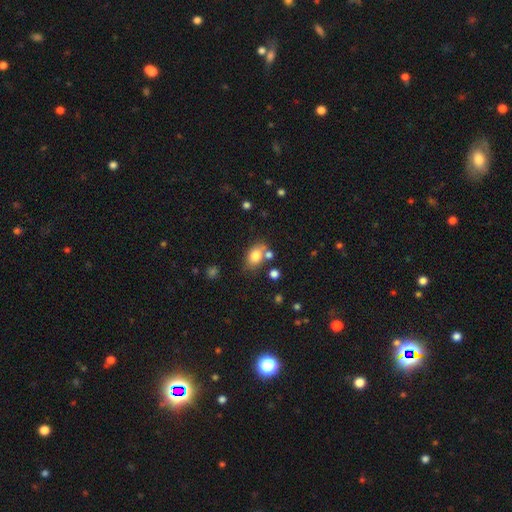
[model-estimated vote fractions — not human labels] Smooth or featured?
  - smooth: 79% *
  - featured or disk: 11%
  - star or artifact: 10%
How rounded?
  - in between: 74% *
  - round: 25%
  - cigar-shaped: 1%
Merging?
  - none: 62% *
  - merger: 17%
  - minor disturbance: 16%
  - major disturbance: 5%